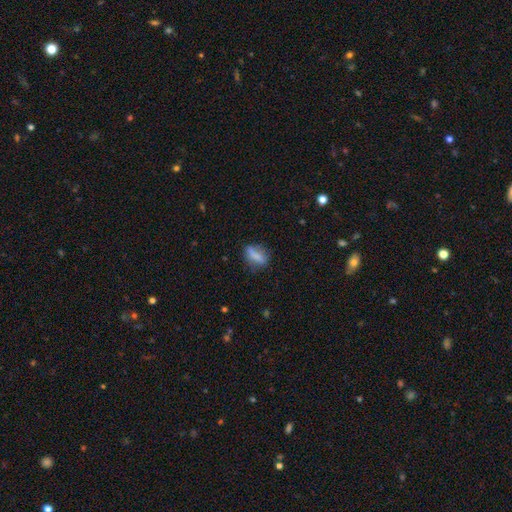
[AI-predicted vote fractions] The model was most divided on "how rounded": in between: 60%, cigar-shaped: 31%, round: 9%. More confident: smooth or featured — smooth (70%); merging — none (70%).